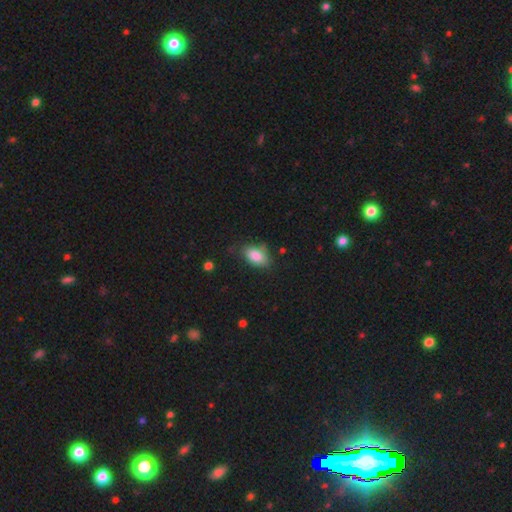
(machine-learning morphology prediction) smooth 85%, star or artifact 8%, featured or disk 8%. Down the decision tree: how rounded — in between (91%); merging — none (70%).